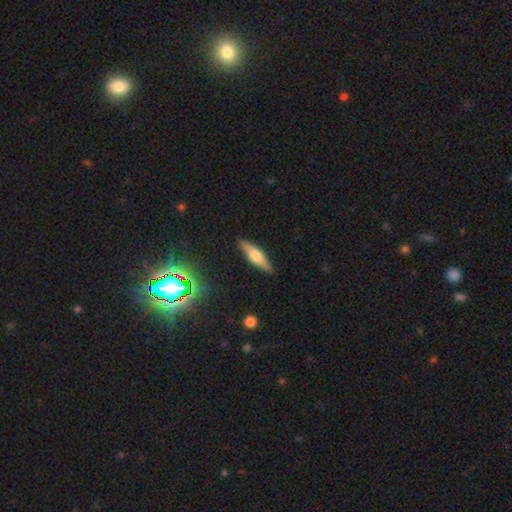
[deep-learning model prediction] This appears to be a smooth galaxy with no disk features (49%). Merging: none (89%).